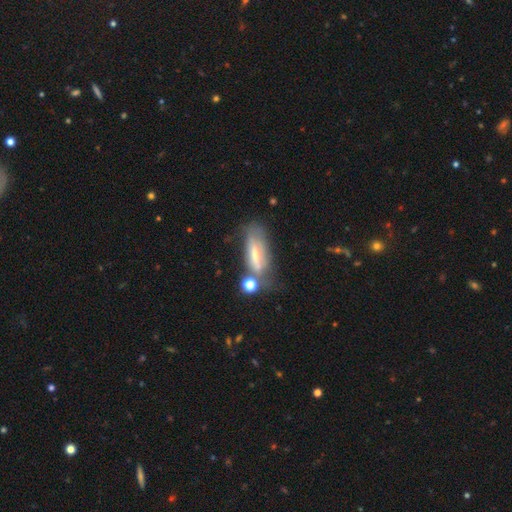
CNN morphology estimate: Smooth or featured: featured or disk — 48% (smooth — 43%)
Merging: none — 45% (minor disturbance — 25%)